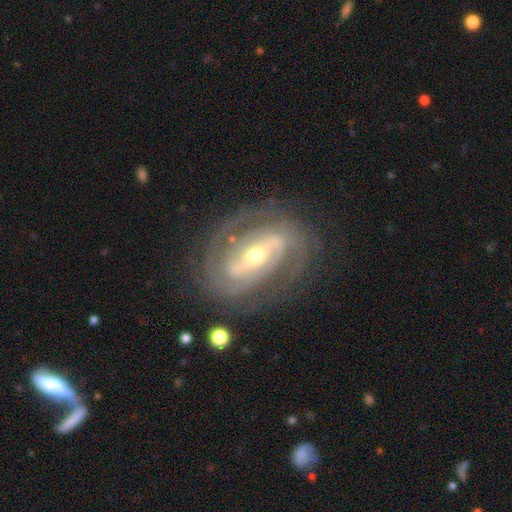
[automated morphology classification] This appears to be a featured or disk galaxy (90%) with a strong bar (57%), 2 (62%) tight (56%) spiral arms (95%) and a moderate central bulge (49%). Merging: none (77%).